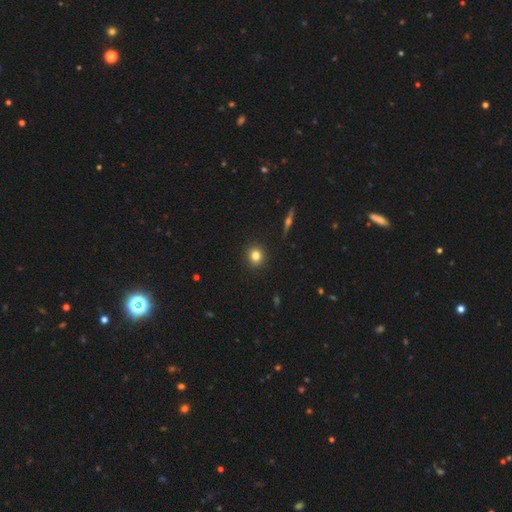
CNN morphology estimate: Smooth or featured?
  - smooth: 81% *
  - star or artifact: 11%
  - featured or disk: 8%
How rounded?
  - round: 87% *
  - in between: 11%
  - cigar-shaped: 1%
Merging?
  - none: 92% *
  - minor disturbance: 5%
  - major disturbance: 2%
  - merger: 1%